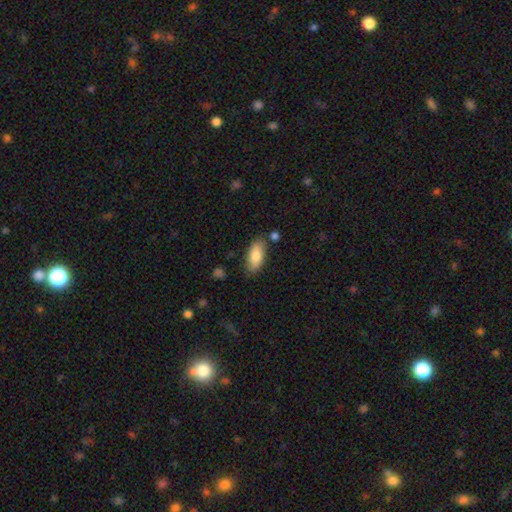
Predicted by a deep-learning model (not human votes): smooth_or_featured: smooth (p=0.81) [alt: featured or disk p=0.12]
how_rounded: in between (p=0.86) [alt: cigar-shaped p=0.12]
merging: none (p=0.80) [alt: minor disturbance p=0.13]